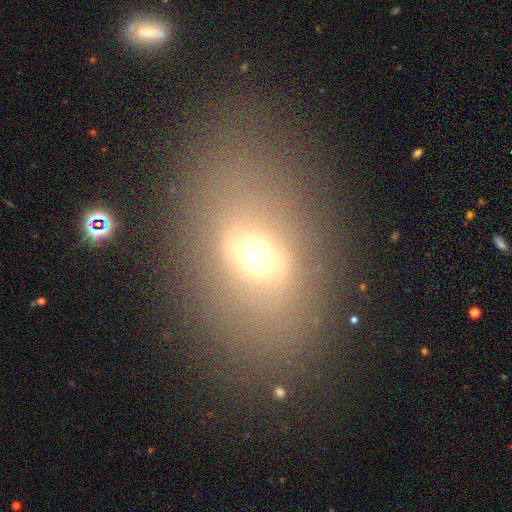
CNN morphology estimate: A smooth galaxy with no disk features (60%) that is in between round and cigar-shaped (73%). Merging: none (67%).